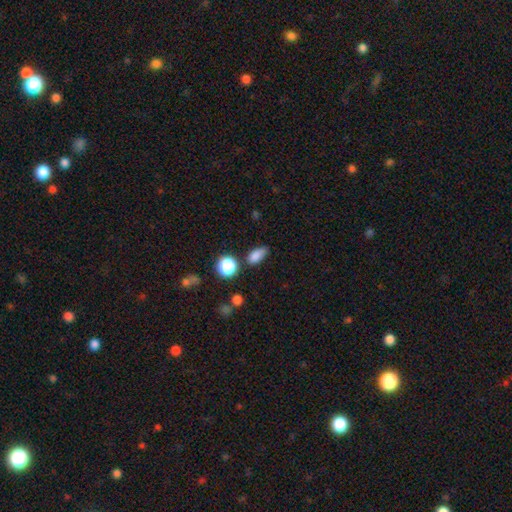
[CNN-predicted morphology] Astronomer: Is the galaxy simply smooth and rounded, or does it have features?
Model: smooth — 82%.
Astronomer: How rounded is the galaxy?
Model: in between — 77%.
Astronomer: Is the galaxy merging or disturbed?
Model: none — 65%.